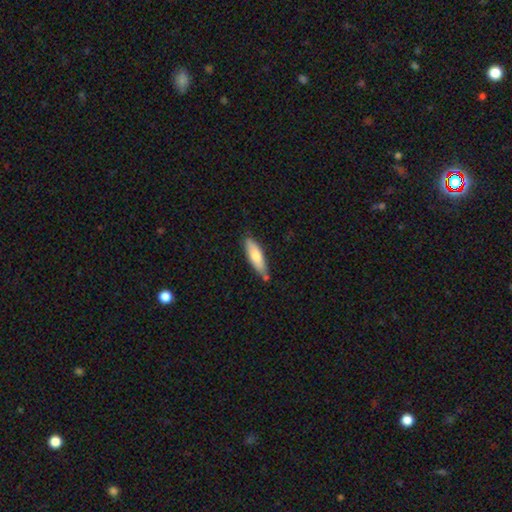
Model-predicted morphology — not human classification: Smooth or featured? Predicted: smooth (p=0.71). How rounded? Predicted: cigar-shaped (p=0.59). Merging? Predicted: none (p=0.73).